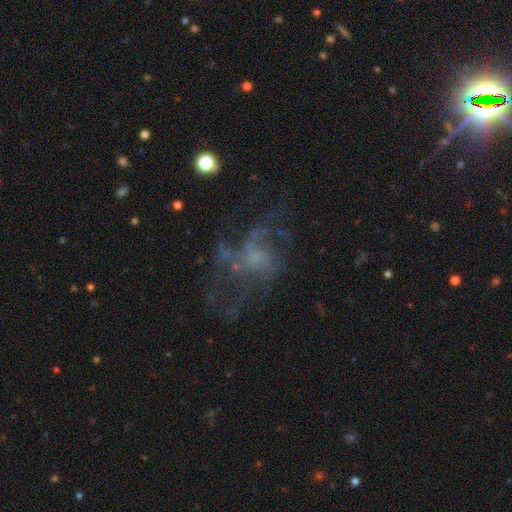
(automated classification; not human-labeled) Smooth or featured? Predicted: featured or disk (p=0.62). Edge-on disk? Predicted: no (p=0.97). Bar? Predicted: no (p=0.79). Spiral arms? Predicted: yes (p=0.52). Bulge size? Predicted: none (p=0.46). Merging? Predicted: none (p=0.41).